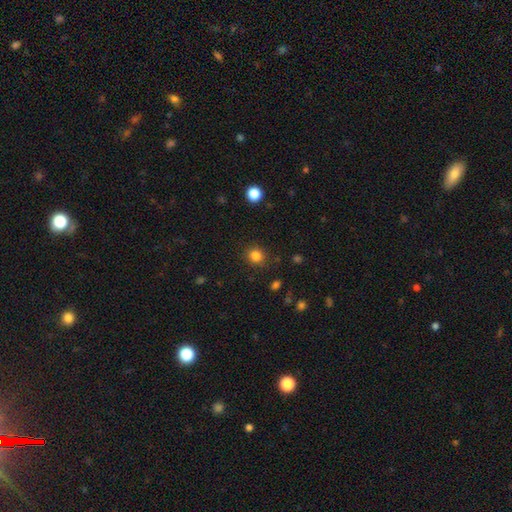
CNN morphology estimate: This appears to be a smooth galaxy with no disk features (84%) that is round (86%). Merging: none (88%).